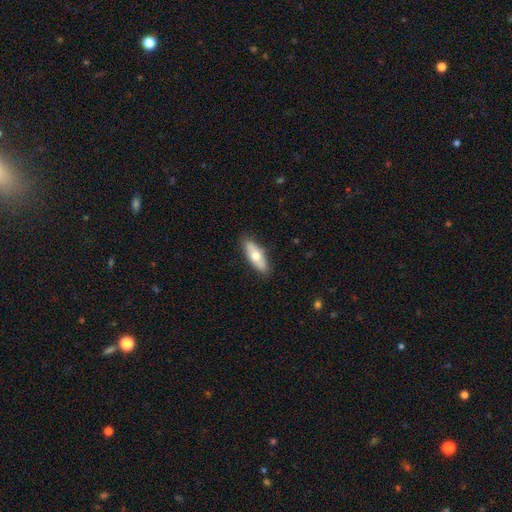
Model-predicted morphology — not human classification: Q: Smooth or featured?
A: smooth (65%); runner-up: featured or disk (29%)
Q: How rounded?
A: in between (67%); runner-up: cigar-shaped (31%)
Q: Merging?
A: none (86%); runner-up: minor disturbance (11%)